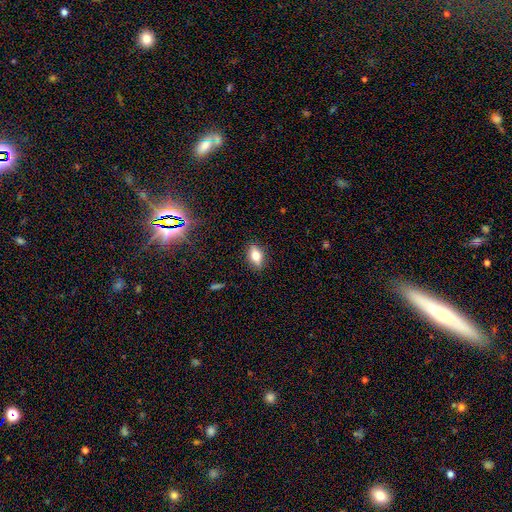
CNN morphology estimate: Overall: smooth (65%). How rounded: in between (80%). Merging: none (86%).